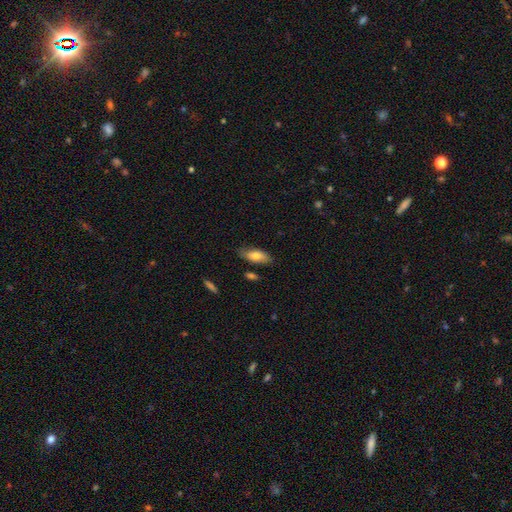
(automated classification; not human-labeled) This appears to be a smooth galaxy with no disk features (75%) that is in between round and cigar-shaped (84%). Merging: none (75%).